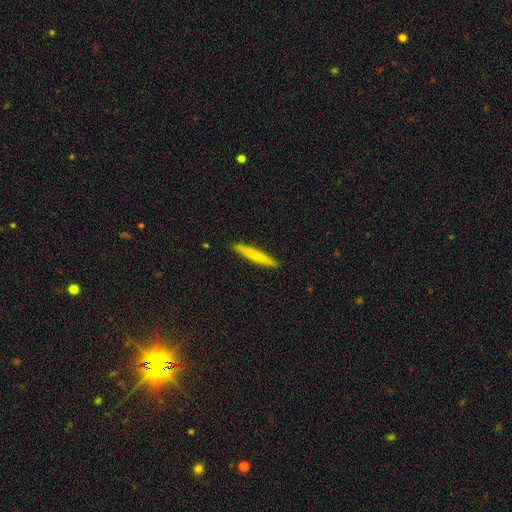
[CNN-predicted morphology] This is likely a smooth galaxy (69%). How rounded: clearly cigar-shaped (95%). Merging: clearly none (92%).